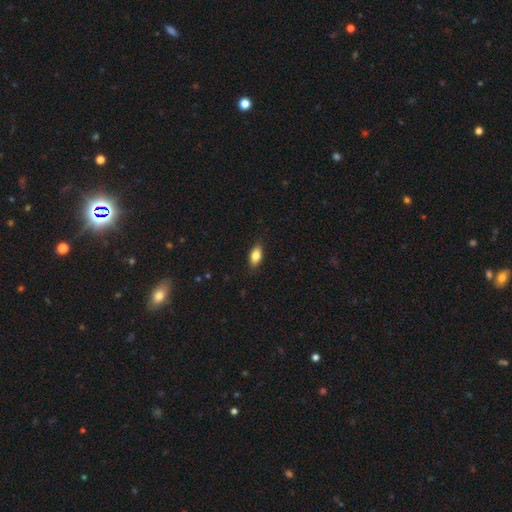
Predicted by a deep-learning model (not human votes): The model was most divided on "smooth or featured": smooth: 82%, featured or disk: 10%, star or artifact: 7%. More confident: how rounded — in between (88%); merging — none (86%).